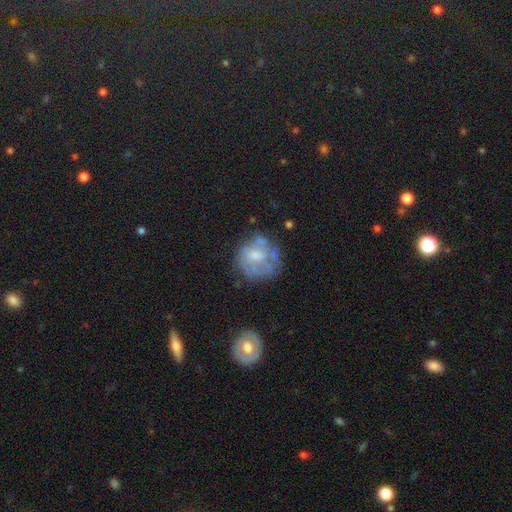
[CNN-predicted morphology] The model was most divided on "smooth or featured": featured or disk: 53%, smooth: 38%, star or artifact: 9%. More confident: edge-on disk — no (97%); bar — no (71%); spiral arms — no (67%); merging — none (54%); bulge size — moderate (51%).